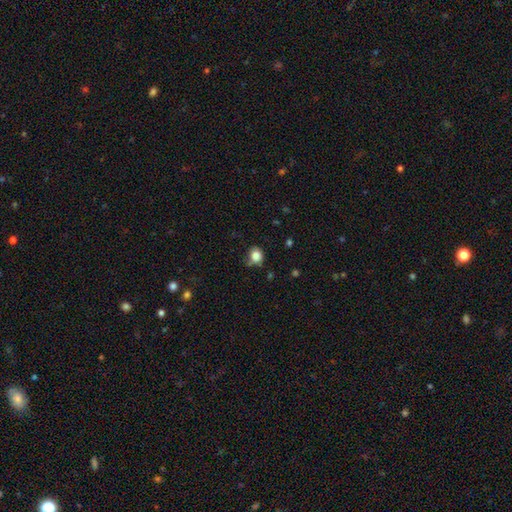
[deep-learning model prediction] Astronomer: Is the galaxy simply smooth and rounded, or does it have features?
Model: smooth — 83%.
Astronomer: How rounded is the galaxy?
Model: round — 70%.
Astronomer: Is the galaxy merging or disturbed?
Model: none — 61%.